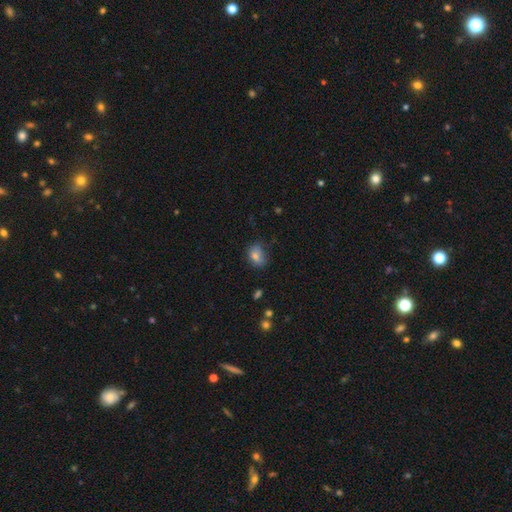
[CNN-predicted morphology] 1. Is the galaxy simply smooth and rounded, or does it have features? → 79% smooth, 11% star or artifact, 10% featured or disk.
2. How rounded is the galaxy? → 67% in between, 32% round, 1% cigar-shaped.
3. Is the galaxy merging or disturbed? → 65% none, 26% minor disturbance, 6% major disturbance, 2% merger.